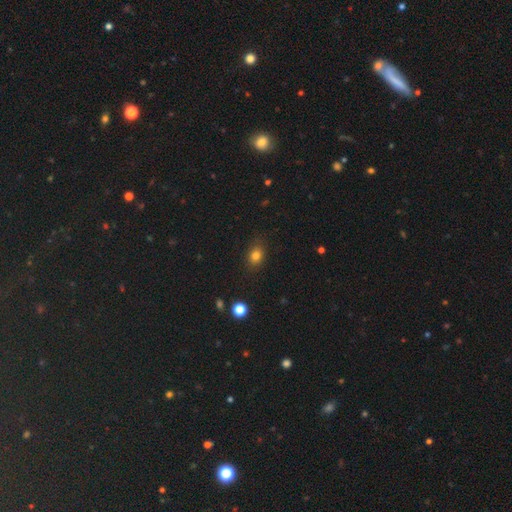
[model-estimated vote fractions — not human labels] smooth 81%, star or artifact 13%, featured or disk 7%. Down the decision tree: how rounded — in between (61%); merging — none (83%).